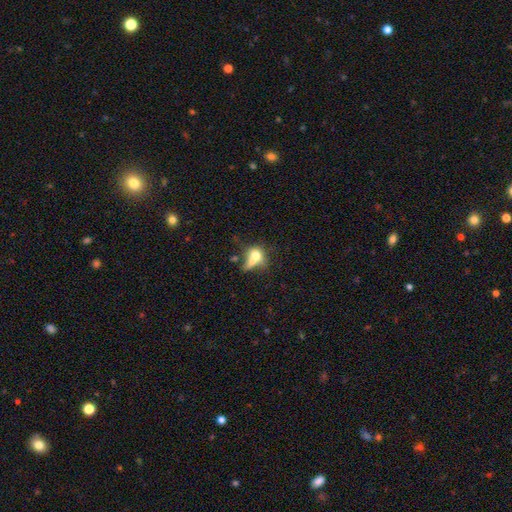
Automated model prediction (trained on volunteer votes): smooth 62%, featured or disk 25%, star or artifact 12%. Down the decision tree: how rounded — in between (51%); merging — merger (35%).